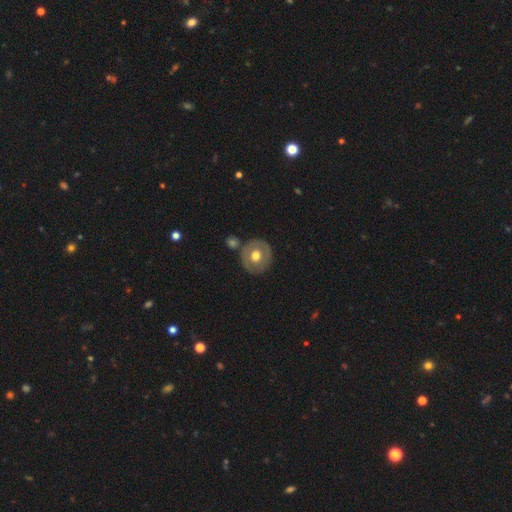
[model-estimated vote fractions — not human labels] A smooth galaxy with no disk features (51%) that is round (84%). Merging: none (77%).